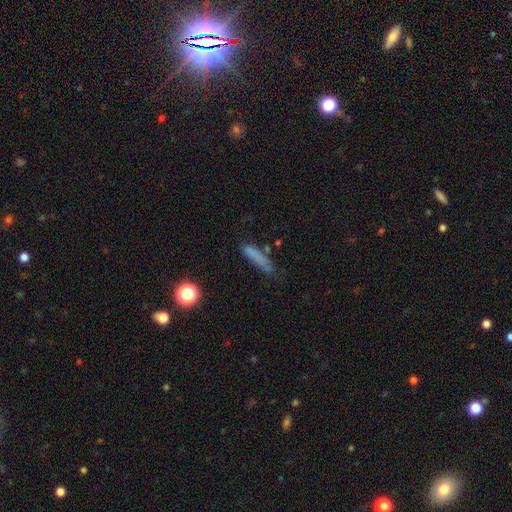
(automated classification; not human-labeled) Smooth or featured: smooth — 73% (featured or disk — 14%)
How rounded: cigar-shaped — 84% (in between — 13%)
Merging: none — 62% (minor disturbance — 24%)